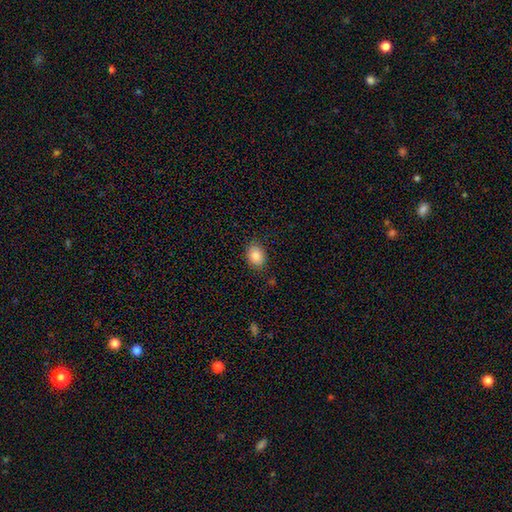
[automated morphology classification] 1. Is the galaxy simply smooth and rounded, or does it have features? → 88% smooth, 8% star or artifact, 4% featured or disk.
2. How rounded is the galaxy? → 73% in between, 26% round, 1% cigar-shaped.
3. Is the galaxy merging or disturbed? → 83% none, 13% minor disturbance, 3% major disturbance, 1% merger.